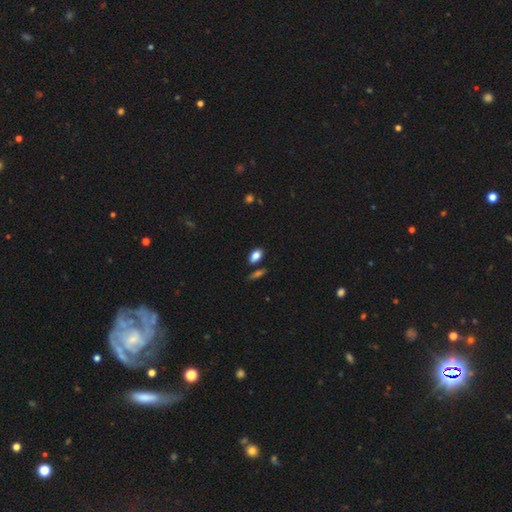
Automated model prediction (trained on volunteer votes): Smooth or featured? Predicted: smooth (p=0.84). How rounded? Predicted: in between (p=0.86). Merging? Predicted: none (p=0.76).